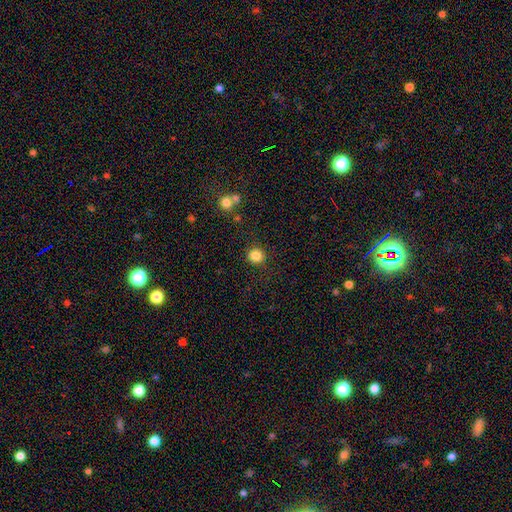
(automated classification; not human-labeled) Overall: smooth (84%). How rounded: round (91%). Merging: none (88%).